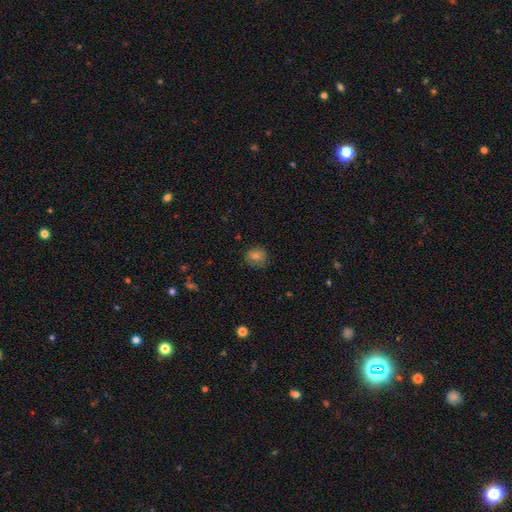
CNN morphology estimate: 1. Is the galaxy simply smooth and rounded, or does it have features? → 76% smooth, 12% featured or disk, 11% star or artifact.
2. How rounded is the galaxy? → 74% round, 25% in between, 1% cigar-shaped.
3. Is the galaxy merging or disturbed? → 74% none, 20% minor disturbance, 5% major disturbance, 1% merger.